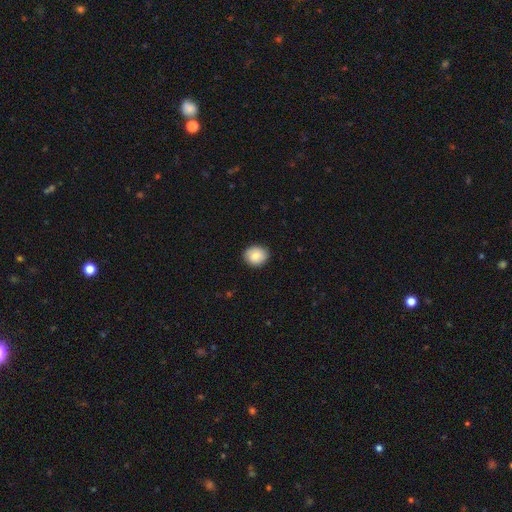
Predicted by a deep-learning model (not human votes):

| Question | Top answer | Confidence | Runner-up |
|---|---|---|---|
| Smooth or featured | smooth | 83% | featured or disk (10%) |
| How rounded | round | 73% | in between (26%) |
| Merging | none | 88% | minor disturbance (9%) |